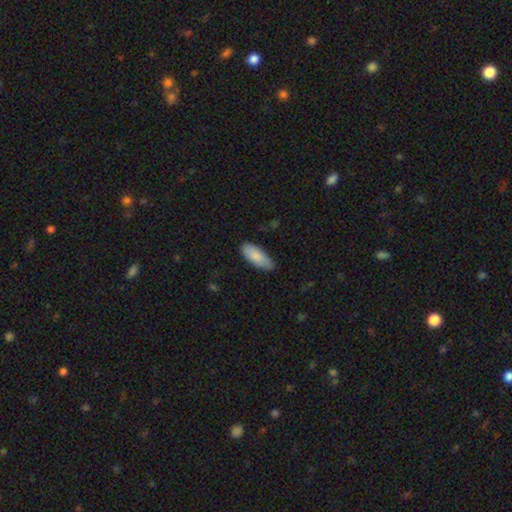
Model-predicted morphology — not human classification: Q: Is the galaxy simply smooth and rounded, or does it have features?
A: smooth — 87%.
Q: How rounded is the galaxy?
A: in between — 78%.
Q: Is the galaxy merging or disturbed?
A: none — 80%.